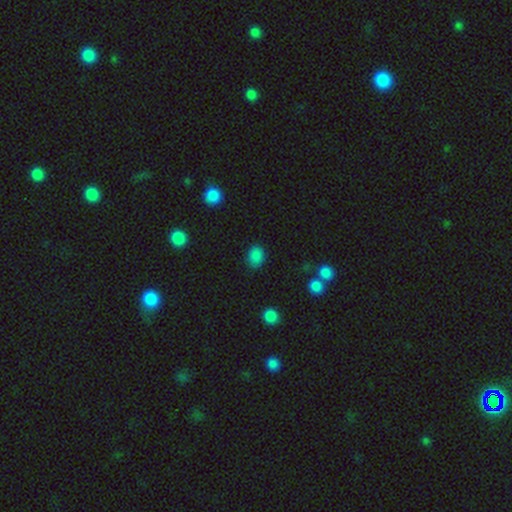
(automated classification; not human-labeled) Q: Smooth or featured?
A: smooth (84%); runner-up: star or artifact (13%)
Q: How rounded?
A: in between (55%); runner-up: round (43%)
Q: Merging?
A: none (82%); runner-up: minor disturbance (13%)